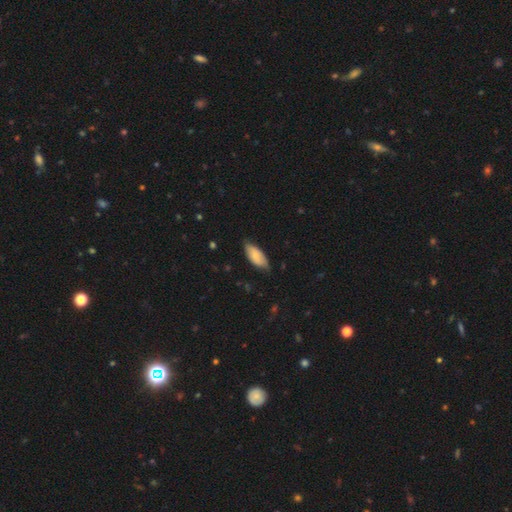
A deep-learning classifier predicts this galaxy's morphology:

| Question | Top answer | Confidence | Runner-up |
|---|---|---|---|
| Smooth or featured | smooth | 72% | featured or disk (22%) |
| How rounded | in between | 89% | cigar-shaped (9%) |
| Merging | none | 66% | minor disturbance (28%) |